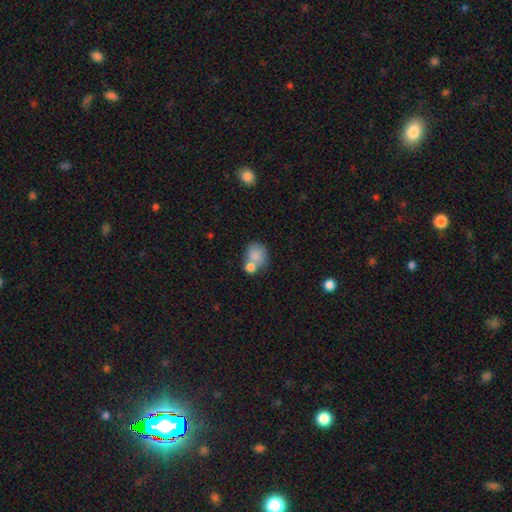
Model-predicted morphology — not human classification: This is clearly a smooth galaxy (81%). How rounded: likely round (63%). Merging: marginally merger (44%).